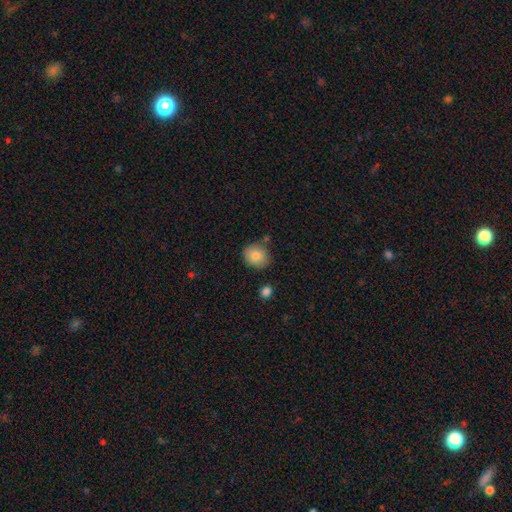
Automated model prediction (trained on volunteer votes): A smooth galaxy with no disk features (83%) that is round (70%).

Vote fractions:
- Smooth or featured? smooth: 83% / star or artifact: 8% / featured or disk: 8%
- How rounded? round: 70% / in between: 29% / cigar-shaped: 1%
- Merging? none: 76% / minor disturbance: 15% / merger: 6% / major disturbance: 3%